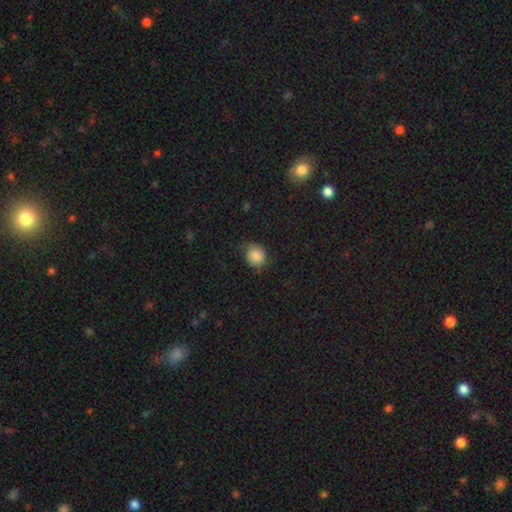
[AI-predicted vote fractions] Smooth or featured? Predicted: smooth (p=0.83). How rounded? Predicted: round (p=0.76). Merging? Predicted: none (p=0.66).